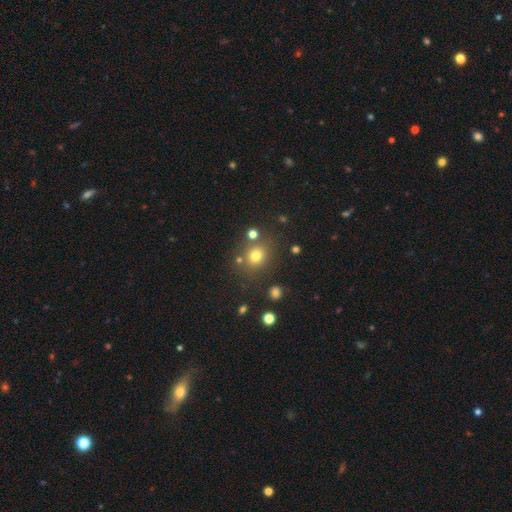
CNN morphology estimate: smooth 75%, star or artifact 17%, featured or disk 8%. Down the decision tree: how rounded — round (79%); merging — none (77%).